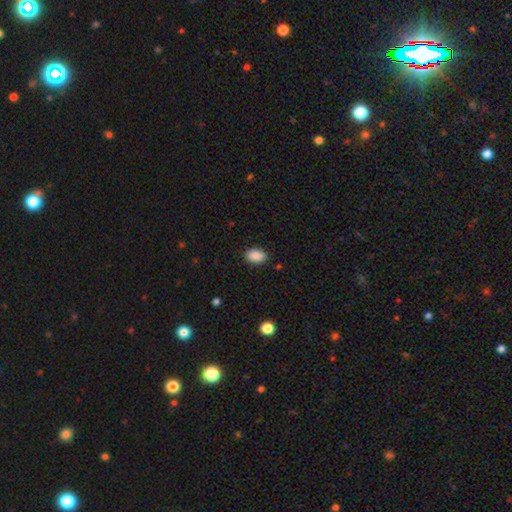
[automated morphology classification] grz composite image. It shows a smooth galaxy with no disk features (90%) that is in between round and cigar-shaped (90%). Merging: none (88%).